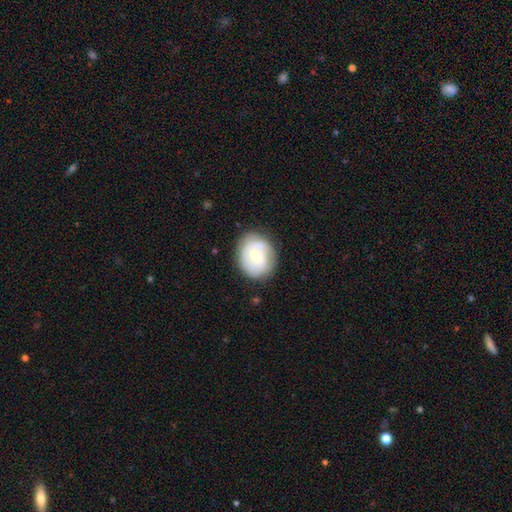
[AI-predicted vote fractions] Q: Smooth or featured?
A: featured or disk (59%); runner-up: smooth (35%)
Q: Edge-on disk?
A: no (97%); runner-up: yes (3%)
Q: Bar?
A: no (53%); runner-up: weak (39%)
Q: Spiral arms?
A: yes (82%); runner-up: no (18%)
Q: Bulge size?
A: moderate (50%); runner-up: small (44%)
Q: Merging?
A: none (77%); runner-up: minor disturbance (16%)